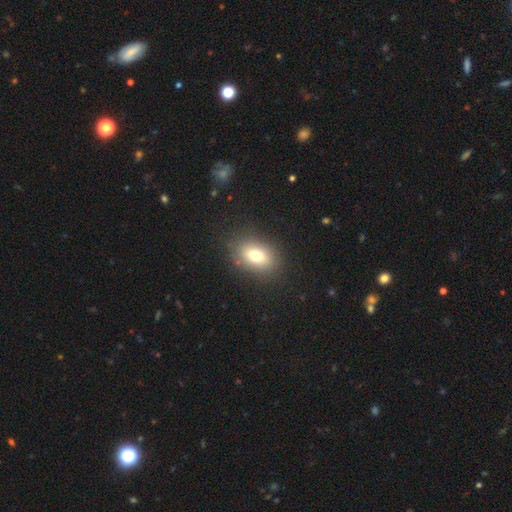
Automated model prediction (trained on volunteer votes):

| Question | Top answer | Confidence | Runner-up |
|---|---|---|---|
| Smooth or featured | smooth | 75% | featured or disk (13%) |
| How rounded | in between | 78% | round (21%) |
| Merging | none | 85% | minor disturbance (10%) |